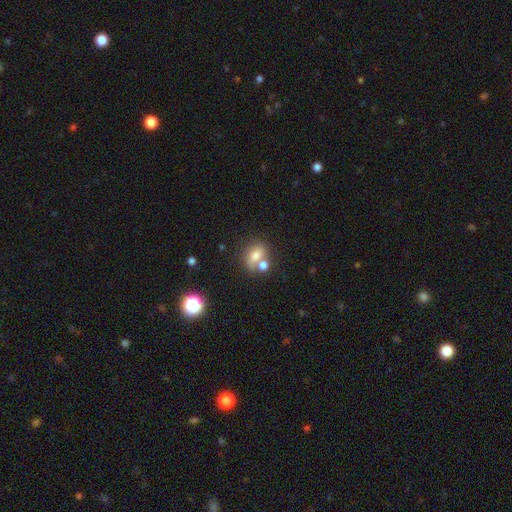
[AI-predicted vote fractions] Smooth or featured? smooth (71%)
How rounded? in between (64%)
Merging? none (44%)